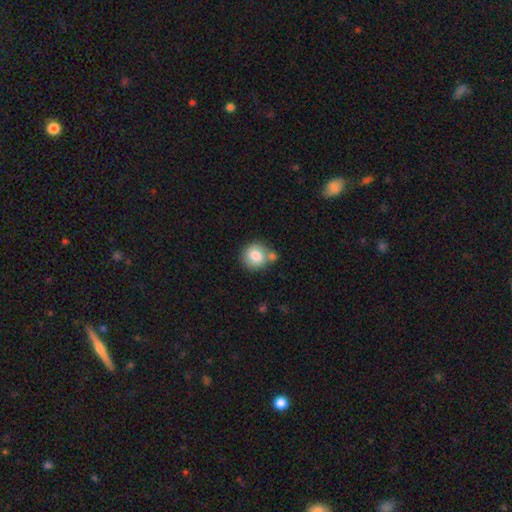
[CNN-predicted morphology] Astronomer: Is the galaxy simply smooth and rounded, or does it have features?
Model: smooth — 80%.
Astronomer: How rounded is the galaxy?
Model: round — 87%.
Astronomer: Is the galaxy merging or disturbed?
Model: none — 57%.